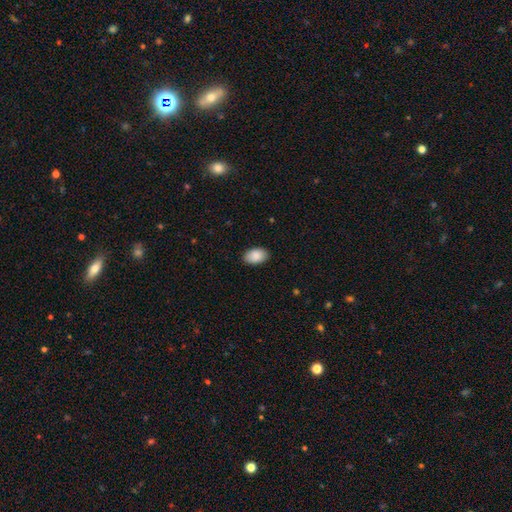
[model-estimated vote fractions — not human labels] smooth-or-featured: smooth: 90% | star or artifact: 6% | featured or disk: 4%
  how-rounded: in between: 93% | round: 6% | cigar-shaped: 1%
  merging: none: 88% | minor disturbance: 9% | major disturbance: 2% | merger: 1%